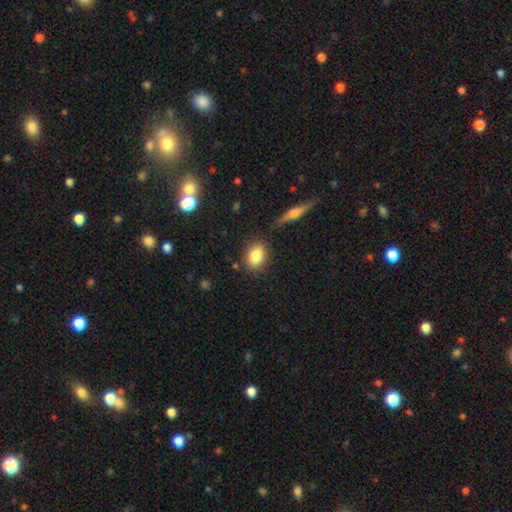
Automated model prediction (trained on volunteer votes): This appears to be a smooth galaxy with no disk features (85%) that is in between round and cigar-shaped (75%). Merging: none (81%).